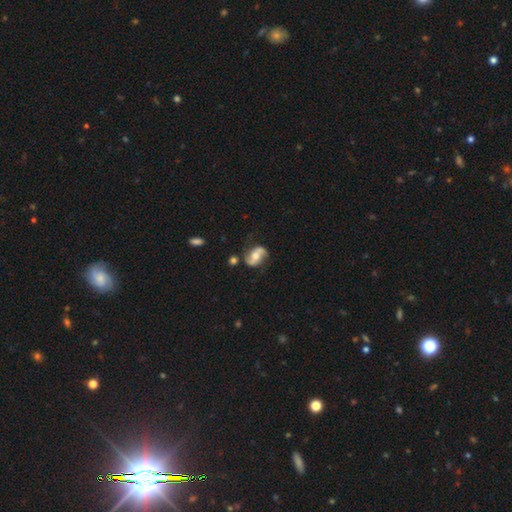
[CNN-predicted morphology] This is likely a featured or disk galaxy (79%). It is clearly not viewed edge-on (97%). Bar: possibly no (48%). Spiral arm pattern: clearly yes (94%). Spiral arm count: clearly 2 (92%). Spiral winding: possibly loose (54%). Central bulge: likely moderate (68%). Merging: likely none (75%).